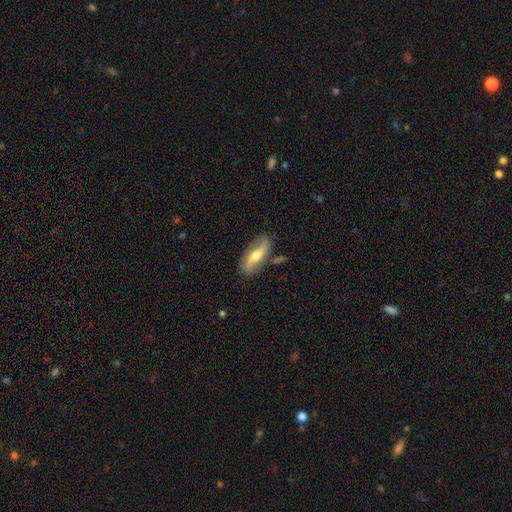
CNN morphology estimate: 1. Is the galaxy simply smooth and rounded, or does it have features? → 59% featured or disk, 34% smooth, 7% star or artifact.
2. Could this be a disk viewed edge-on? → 76% no, 24% yes.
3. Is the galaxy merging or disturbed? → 77% none, 16% minor disturbance, 4% major disturbance, 3% merger.